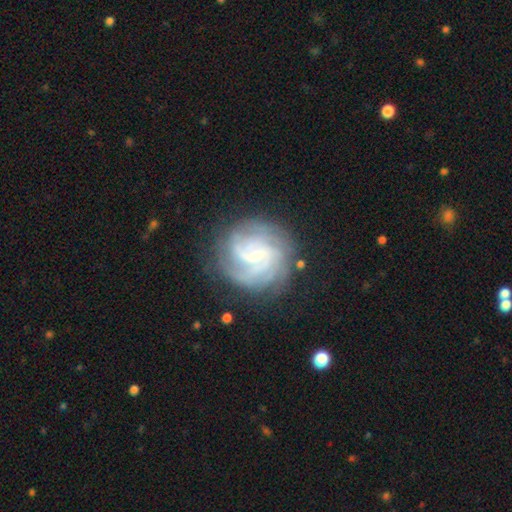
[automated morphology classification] type=featured or disk (85%); edge-on=no (98%); bar=weak (50%); spiral arms=yes (97%); winding=tight (62%); arm count=4 (25%); bulge=small (72%); merging=none (78%).